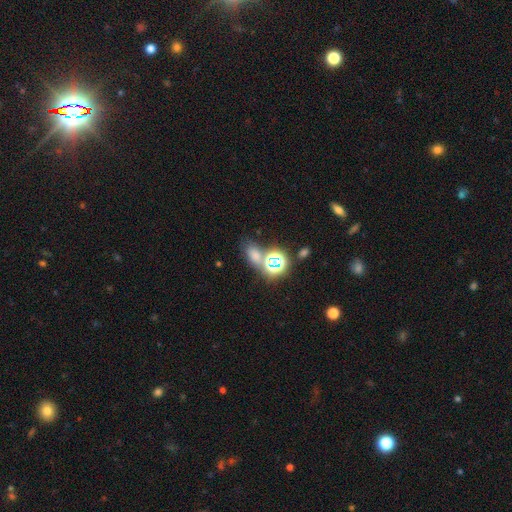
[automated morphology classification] Smooth or featured? Predicted: smooth (p=0.55). How rounded? Predicted: in between (p=0.66). Merging? Predicted: none (p=0.54).